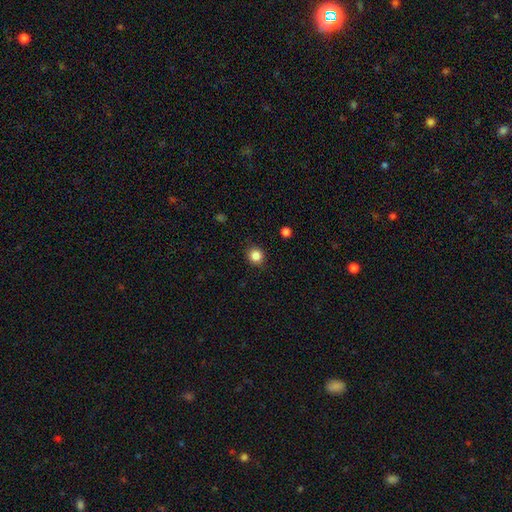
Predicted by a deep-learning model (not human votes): Smooth or featured? smooth (85%)
How rounded? round (90%)
Merging? none (90%)